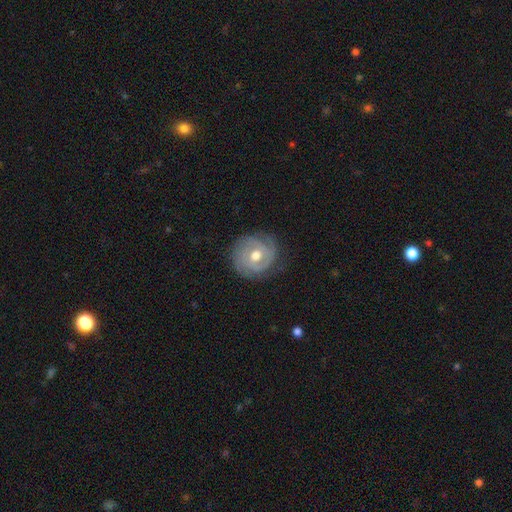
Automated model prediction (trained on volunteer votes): smooth_or_featured: featured or disk (p=0.73) [alt: smooth p=0.21]
disk_edge_on: no (p=0.97) [alt: yes p=0.03]
bar: no (p=0.57) [alt: weak p=0.35]
has_spiral_arms: yes (p=0.86) [alt: no p=0.14]
spiral_winding: tight (p=0.68) [alt: medium p=0.24]
spiral_arm_count: 2 (p=0.40) [alt: can't tell p=0.29]
bulge_size: moderate (p=0.80) [alt: small p=0.10]
merging: none (p=0.75) [alt: minor disturbance p=0.17]